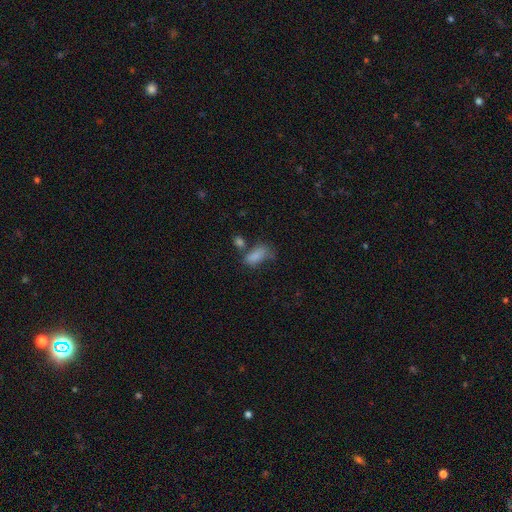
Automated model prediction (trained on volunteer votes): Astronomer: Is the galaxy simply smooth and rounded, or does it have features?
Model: smooth — 81%.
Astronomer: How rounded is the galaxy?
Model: in between — 89%.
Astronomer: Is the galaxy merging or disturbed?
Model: none — 38% (runner-up: minor disturbance, 23%).